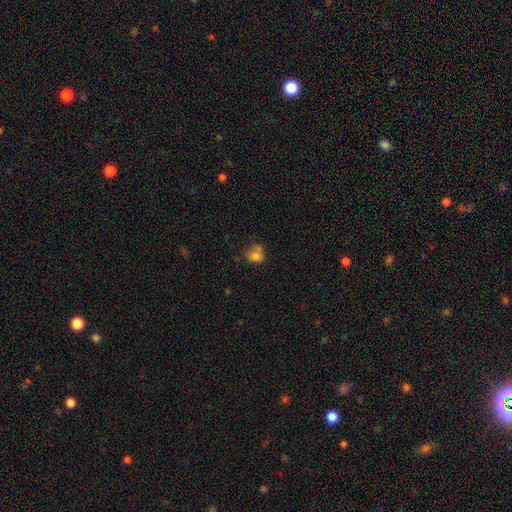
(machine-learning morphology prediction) Smooth or featured? Predicted: smooth (p=0.76). How rounded? Predicted: round (p=0.63). Merging? Predicted: none (p=0.43).